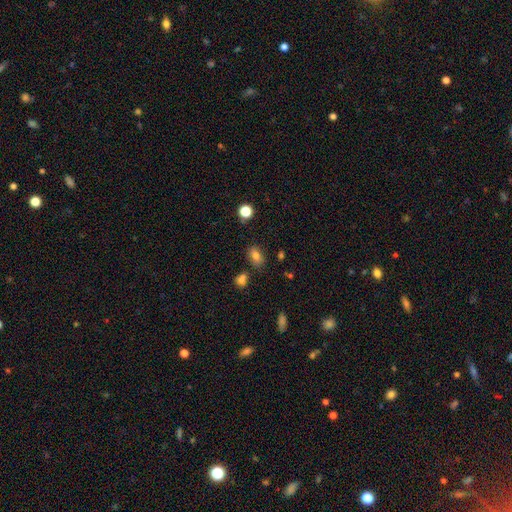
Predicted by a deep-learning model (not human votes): Smooth or featured: smooth — 79% (star or artifact — 12%)
How rounded: in between — 83% (round — 15%)
Merging: none — 77% (minor disturbance — 13%)